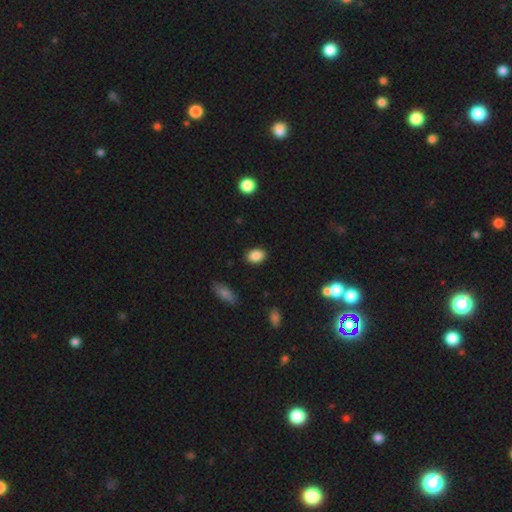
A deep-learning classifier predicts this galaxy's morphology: smooth-or-featured: smooth: 87% | star or artifact: 9% | featured or disk: 4%
  how-rounded: in between: 80% | round: 18% | cigar-shaped: 1%
  merging: none: 87% | minor disturbance: 9% | major disturbance: 2% | merger: 1%